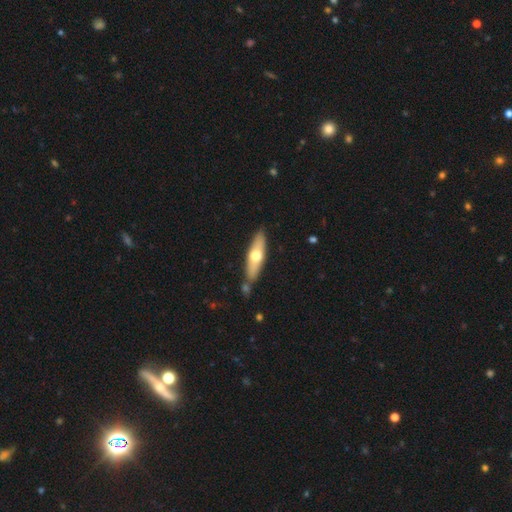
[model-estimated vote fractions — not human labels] Smooth or featured? smooth (51%)
How rounded? cigar-shaped (65%)
Merging? none (78%)